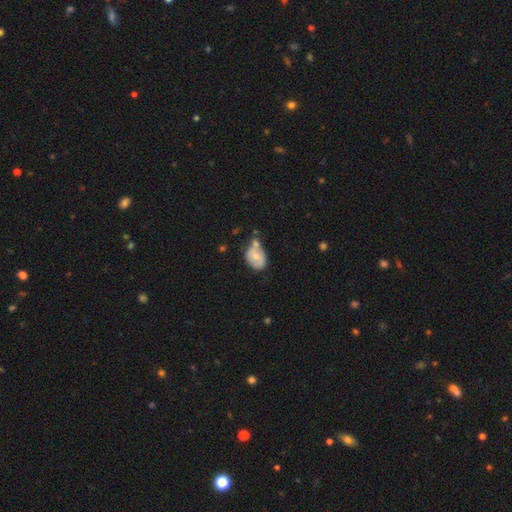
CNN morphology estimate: Q: Smooth or featured?
A: smooth (61%); runner-up: featured or disk (32%)
Q: How rounded?
A: in between (71%); runner-up: round (27%)
Q: Merging?
A: merger (34%); runner-up: none (32%)